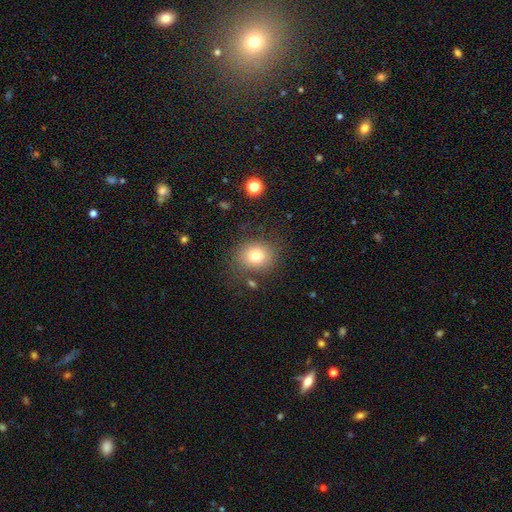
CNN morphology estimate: Smooth or featured: smooth — 77% (star or artifact — 12%)
How rounded: round — 72% (in between — 27%)
Merging: none — 79% (minor disturbance — 12%)